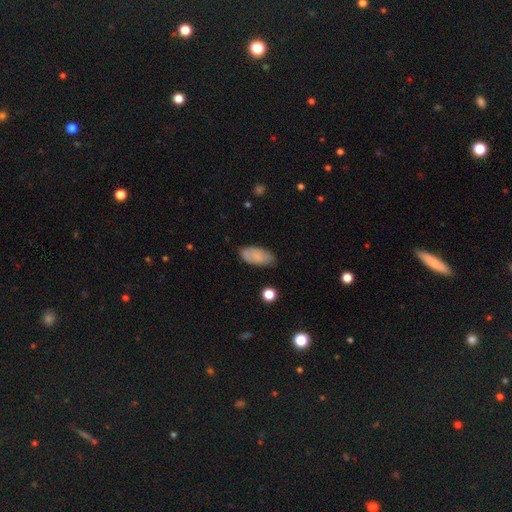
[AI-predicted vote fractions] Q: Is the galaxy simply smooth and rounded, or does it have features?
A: smooth — 80%.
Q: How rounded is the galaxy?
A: in between — 90%.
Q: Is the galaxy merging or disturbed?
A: none — 78%.